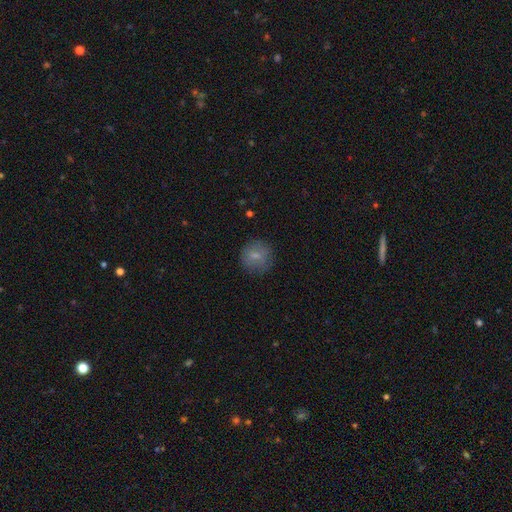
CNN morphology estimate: The model was most divided on "smooth or featured": smooth: 76%, featured or disk: 15%, star or artifact: 9%. More confident: how rounded — round (88%); merging — none (79%).